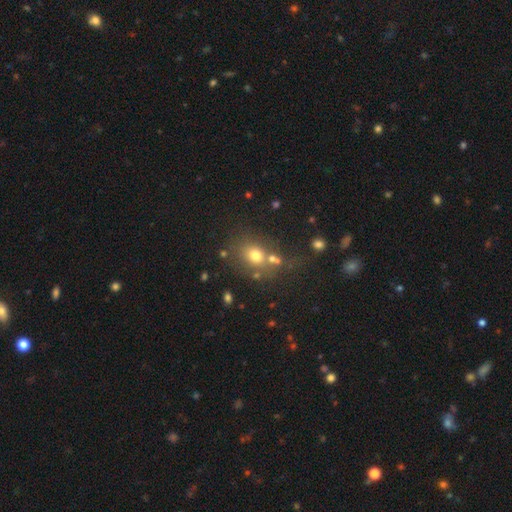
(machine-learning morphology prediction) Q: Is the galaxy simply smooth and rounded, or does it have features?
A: smooth — 71%.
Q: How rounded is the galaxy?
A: round — 62%.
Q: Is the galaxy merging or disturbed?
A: none — 61%.